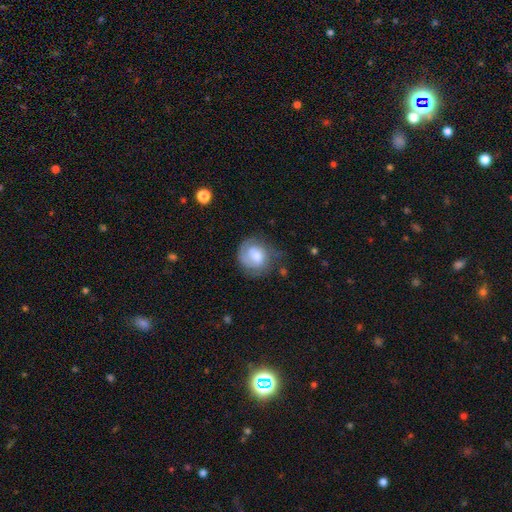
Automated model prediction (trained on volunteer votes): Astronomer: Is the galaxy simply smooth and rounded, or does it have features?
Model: featured or disk — 55% (runner-up: smooth, 38%).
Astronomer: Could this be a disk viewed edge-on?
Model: no — 97%.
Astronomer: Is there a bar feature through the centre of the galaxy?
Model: no — 62%.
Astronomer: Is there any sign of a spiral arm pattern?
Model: yes — 84%.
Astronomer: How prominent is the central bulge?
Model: moderate — 50%.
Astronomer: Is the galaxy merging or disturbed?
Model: none — 62%.